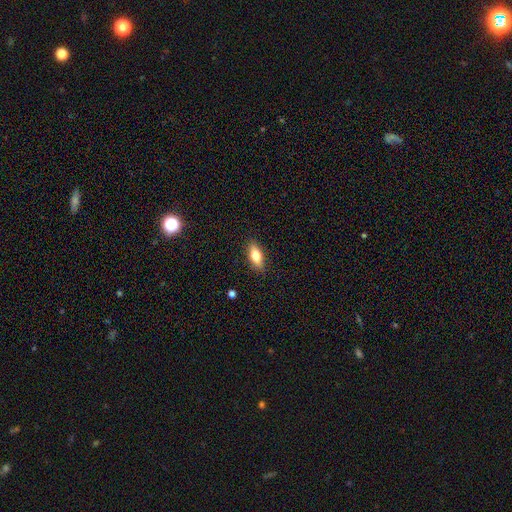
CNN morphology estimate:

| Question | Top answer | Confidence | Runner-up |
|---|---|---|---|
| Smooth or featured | smooth | 71% | featured or disk (22%) |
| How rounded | in between | 76% | cigar-shaped (20%) |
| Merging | none | 87% | minor disturbance (10%) |